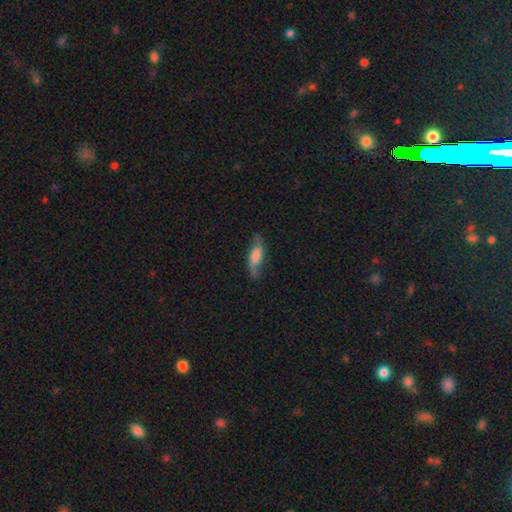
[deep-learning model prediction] A featured or disk galaxy (50%). Merging: none (66%).